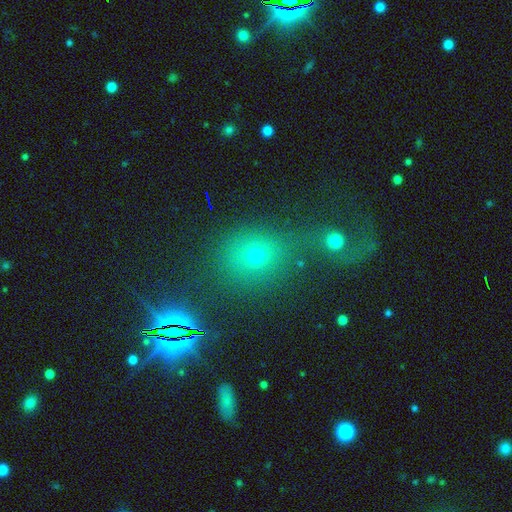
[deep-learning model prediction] This appears to be a smooth galaxy with no disk features (48%). Merging: merger (42%).